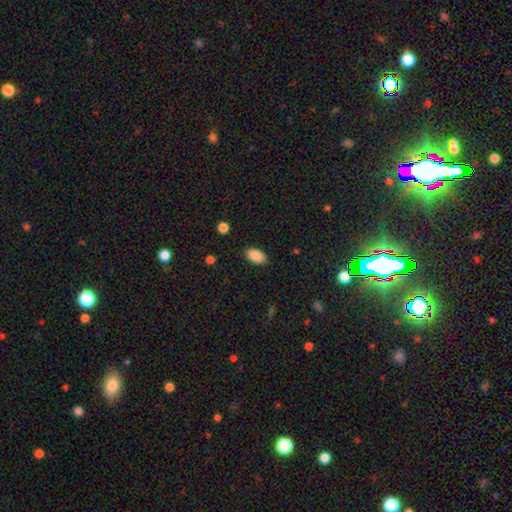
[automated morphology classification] Smooth or featured? Predicted: smooth (p=0.89). How rounded? Predicted: in between (p=0.94). Merging? Predicted: none (p=0.87).